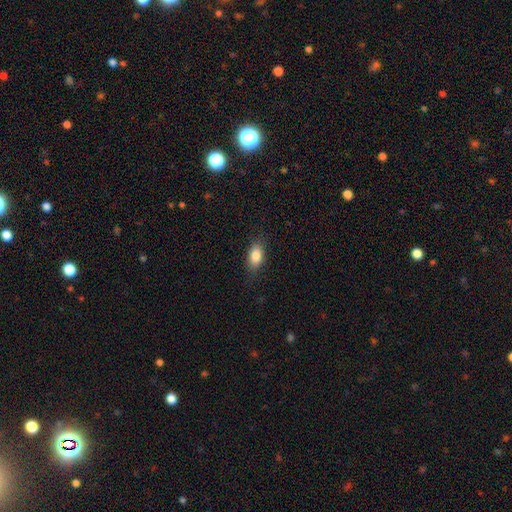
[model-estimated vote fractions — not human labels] Overall: smooth (85%). How rounded: in between (87%). Merging: none (83%).